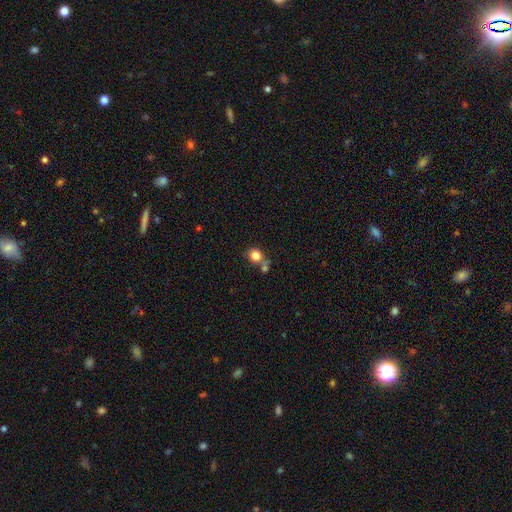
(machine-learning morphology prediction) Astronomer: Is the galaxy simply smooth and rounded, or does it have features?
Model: smooth — 81%.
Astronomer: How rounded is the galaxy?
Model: round — 82%.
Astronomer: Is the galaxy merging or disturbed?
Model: none — 55%.